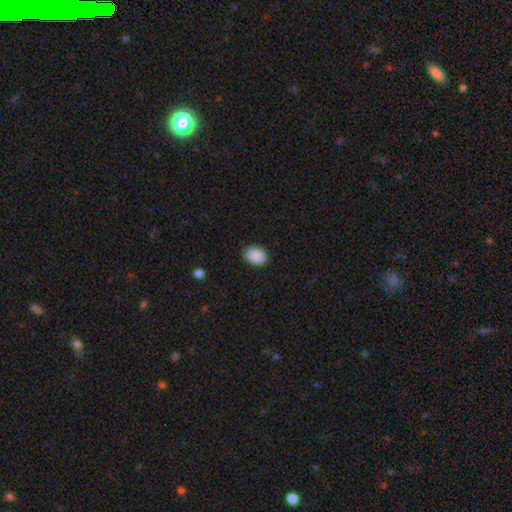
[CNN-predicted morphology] type=smooth (89%); roundness=in between (69%); merging=none (88%).